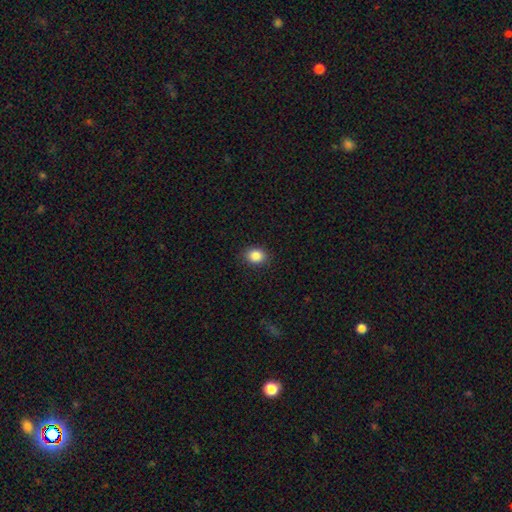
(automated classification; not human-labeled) smooth 86%, star or artifact 10%, featured or disk 4%. Down the decision tree: how rounded — round (53%); merging — none (89%).